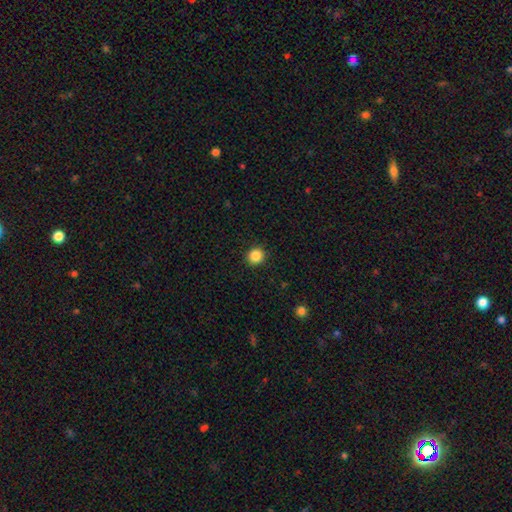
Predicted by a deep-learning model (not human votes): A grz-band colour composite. It shows a smooth galaxy with no disk features (86%) that is round (91%). Merging: none (92%).